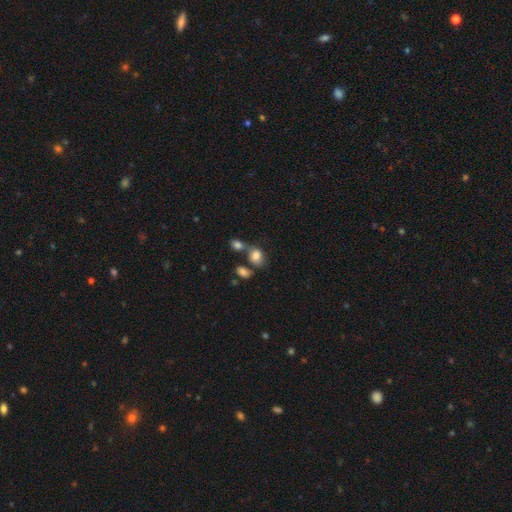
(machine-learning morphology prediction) Smooth or featured?
  - smooth: 79% *
  - featured or disk: 11%
  - star or artifact: 10%
How rounded?
  - in between: 66% *
  - round: 32%
  - cigar-shaped: 2%
Merging?
  - none: 41% *
  - merger: 37%
  - minor disturbance: 15%
  - major disturbance: 7%